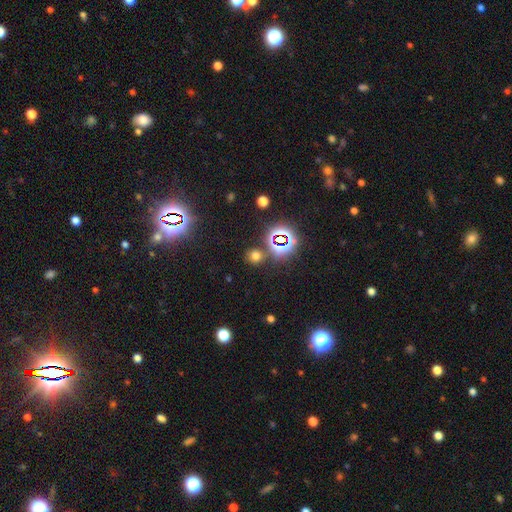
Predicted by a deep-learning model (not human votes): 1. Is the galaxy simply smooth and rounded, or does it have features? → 58% smooth, 36% star or artifact, 6% featured or disk.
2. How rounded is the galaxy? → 84% round, 14% in between, 1% cigar-shaped.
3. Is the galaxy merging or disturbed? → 82% none, 8% minor disturbance, 6% merger, 3% major disturbance.